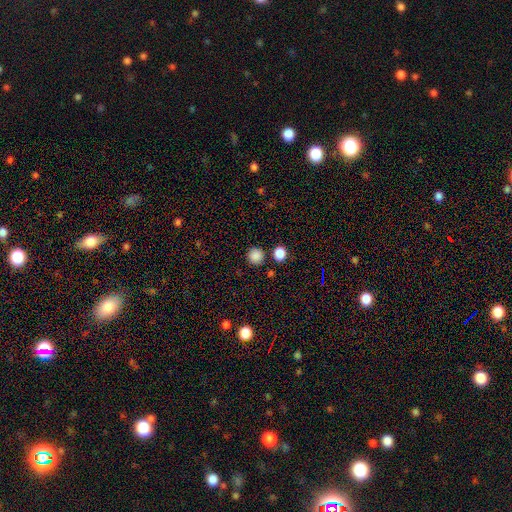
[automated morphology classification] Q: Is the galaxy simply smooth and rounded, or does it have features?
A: smooth — 85%.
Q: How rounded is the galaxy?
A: round — 92%.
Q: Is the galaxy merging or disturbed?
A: none — 85%.